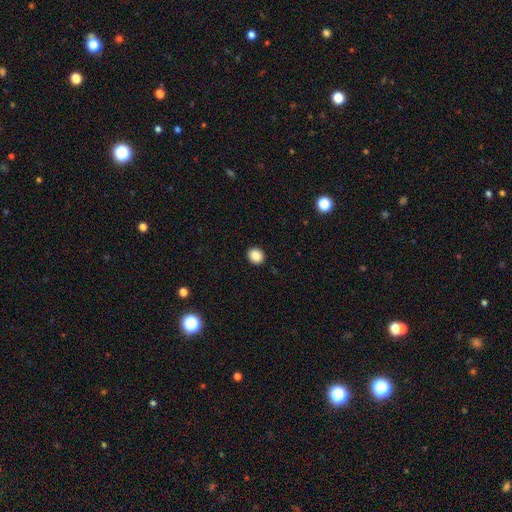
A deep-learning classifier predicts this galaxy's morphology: Smooth or featured? smooth (88%)
How rounded? round (75%)
Merging? none (92%)